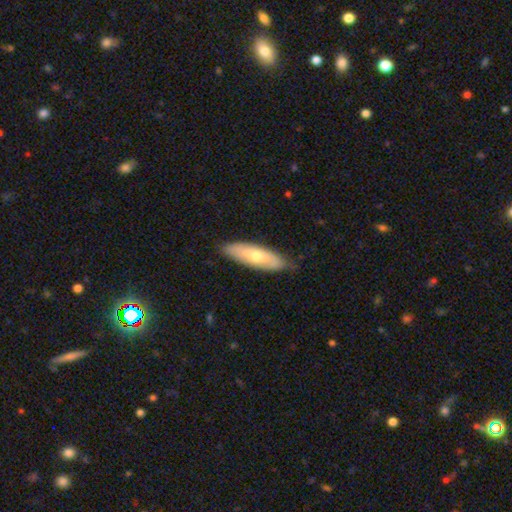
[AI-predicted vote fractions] This appears to be a smooth galaxy with no disk features (57%) that is in between round and cigar-shaped (50%). Merging: none (80%).